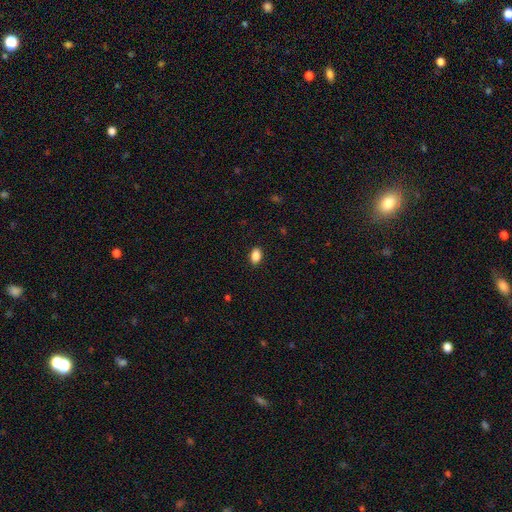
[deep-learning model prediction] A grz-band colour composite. It shows a smooth galaxy with no disk features (88%) that is in between round and cigar-shaped (87%). Merging: none (89%).